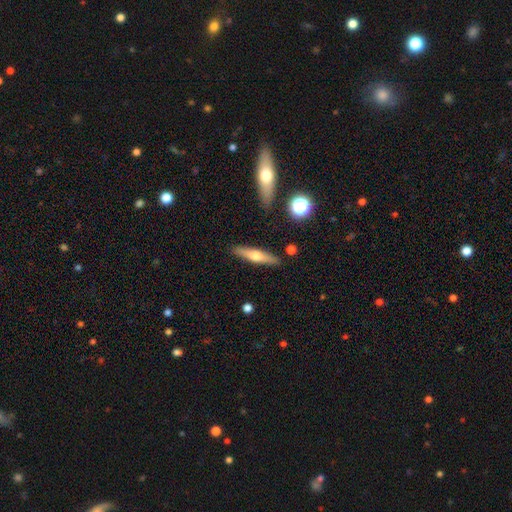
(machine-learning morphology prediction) type=featured or disk (50%); merging=none (88%).